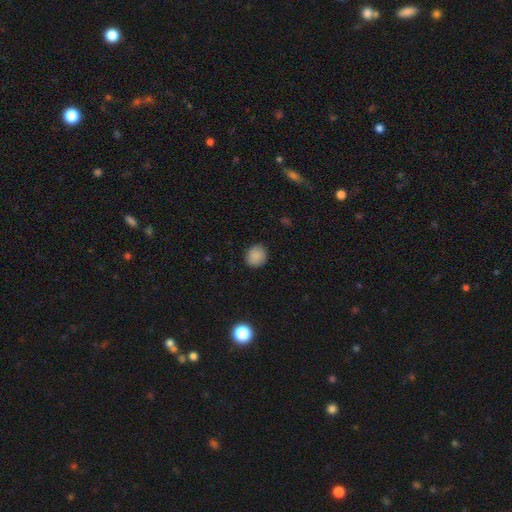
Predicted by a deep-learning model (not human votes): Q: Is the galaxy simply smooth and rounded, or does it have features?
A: smooth — 87%.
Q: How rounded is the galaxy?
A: round — 87%.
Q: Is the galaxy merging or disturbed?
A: none — 89%.